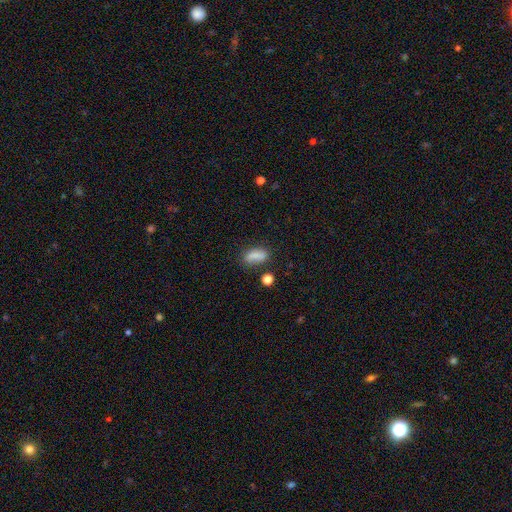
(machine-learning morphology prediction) This is clearly a smooth galaxy (80%). How rounded: likely in between (76%). Merging: likely none (65%).